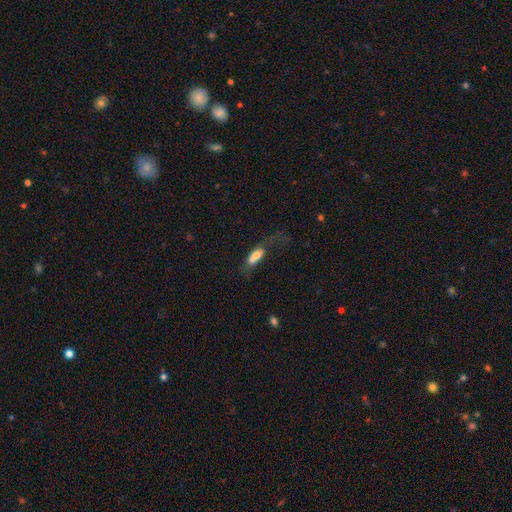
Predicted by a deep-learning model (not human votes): This appears to be a smooth galaxy with no disk features (67%) that is in between round and cigar-shaped (73%). Merging: major disturbance (33%).